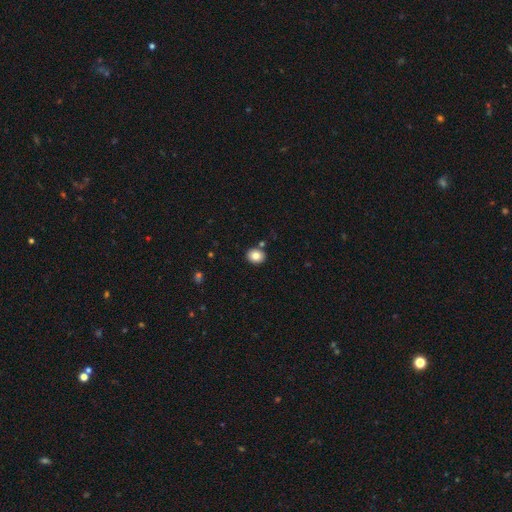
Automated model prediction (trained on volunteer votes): Overall: smooth (82%). How rounded: round (64%; in between 35%). Merging: none (86%).